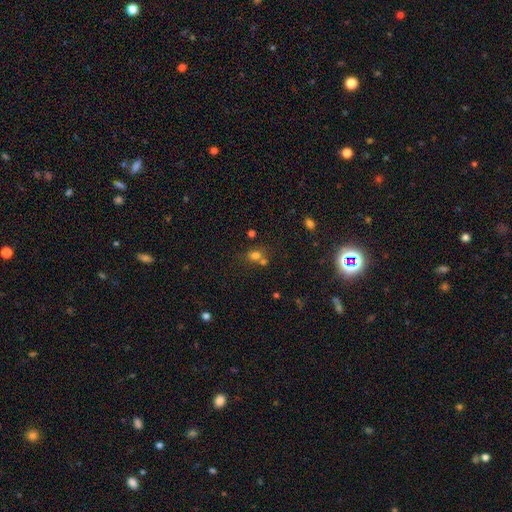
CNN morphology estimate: Overall: smooth (70%). How rounded: round (64%; in between 35%). Merging: none (48%; merger 37%).